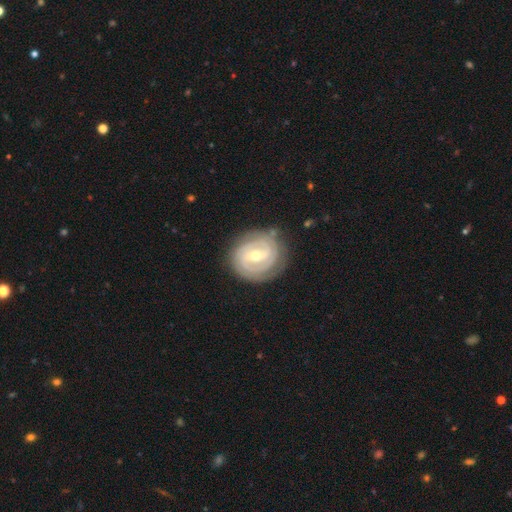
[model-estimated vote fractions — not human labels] Morphology: type=featured or disk (87%); edge-on=no (97%); bar=weak (49%); spiral arms=yes (94%); winding=tight (77%); arm count=2 (51%); bulge=moderate (56%); merging=none (82%).